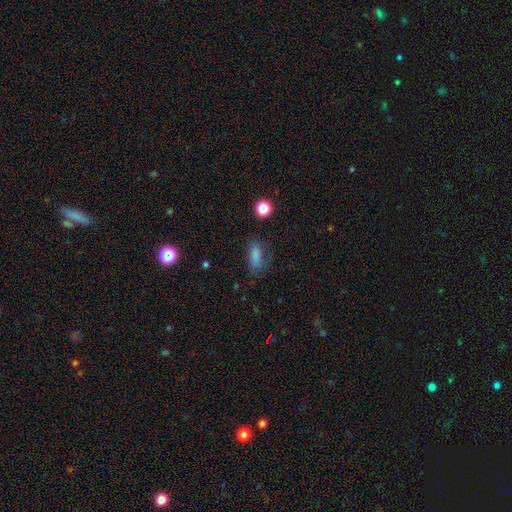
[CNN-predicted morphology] This is likely a smooth galaxy (79%). How rounded: likely in between (76%). Merging: likely none (64%).